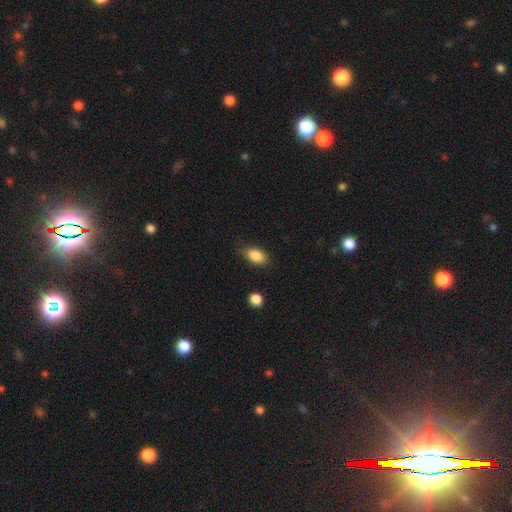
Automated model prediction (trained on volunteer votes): A smooth galaxy with no disk features (86%) that is in between round and cigar-shaped (89%). Merging: none (77%).